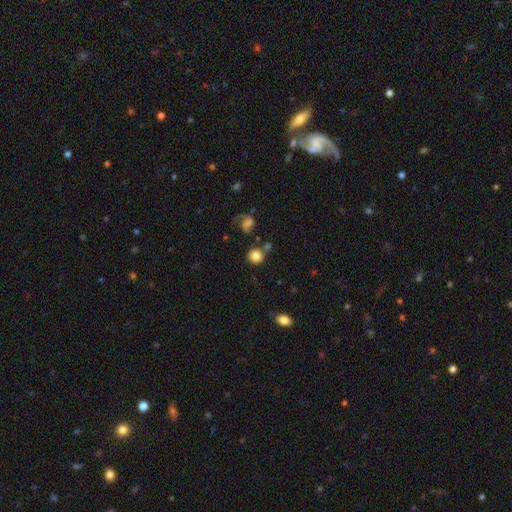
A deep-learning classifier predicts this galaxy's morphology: This appears to be a smooth galaxy with no disk features (82%) that is round (91%). Merging: none (75%).